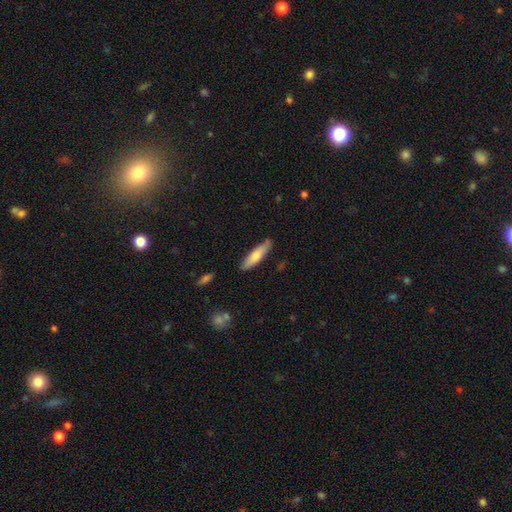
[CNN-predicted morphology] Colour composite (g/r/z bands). It shows a smooth galaxy with no disk features (71%) that is cigar-shaped (77%). Merging: none (86%).